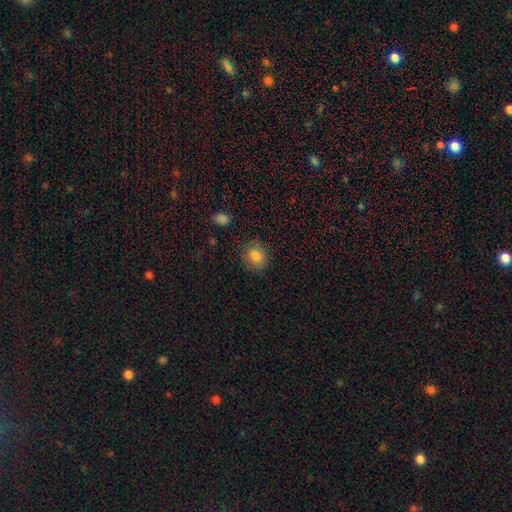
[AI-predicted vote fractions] smooth-or-featured: smooth: 81% | featured or disk: 10% | star or artifact: 9%
  how-rounded: round: 66% | in between: 33% | cigar-shaped: 1%
  merging: none: 81% | minor disturbance: 14% | major disturbance: 4% | merger: 1%